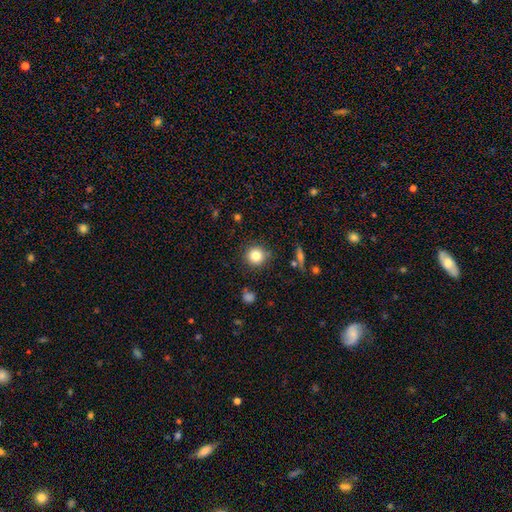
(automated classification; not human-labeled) smooth_or_featured: smooth (p=0.82) [alt: star or artifact p=0.11]
how_rounded: round (p=0.94) [alt: in between p=0.05]
merging: none (p=0.87) [alt: minor disturbance p=0.08]